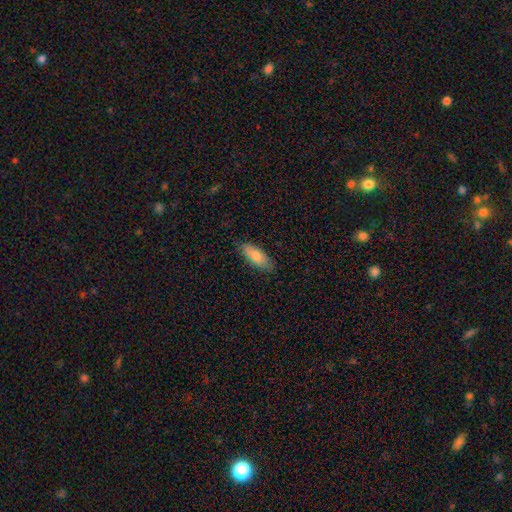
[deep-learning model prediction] A smooth galaxy with no disk features (80%) that is in between round and cigar-shaped (76%).

Vote fractions:
- Smooth or featured? smooth: 80% / featured or disk: 14% / star or artifact: 6%
- How rounded? in between: 76% / cigar-shaped: 22% / round: 2%
- Merging? none: 81% / minor disturbance: 15% / major disturbance: 3% / merger: 1%